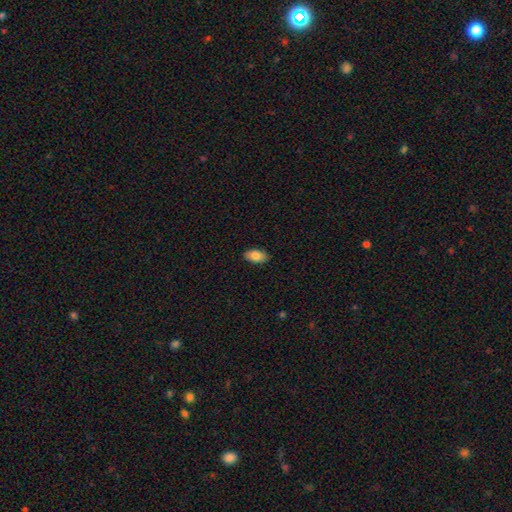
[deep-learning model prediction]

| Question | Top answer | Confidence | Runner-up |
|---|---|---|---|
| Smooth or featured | smooth | 84% | featured or disk (9%) |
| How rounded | in between | 93% | round (4%) |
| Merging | none | 89% | minor disturbance (9%) |